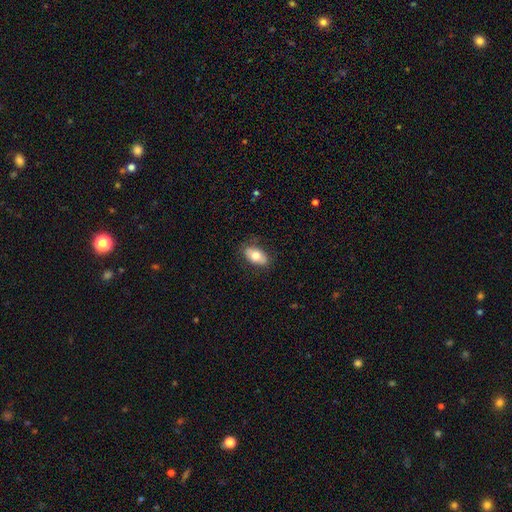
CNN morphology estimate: Q: Smooth or featured?
A: smooth (72%); runner-up: featured or disk (21%)
Q: How rounded?
A: in between (92%); runner-up: round (6%)
Q: Merging?
A: none (81%); runner-up: minor disturbance (14%)